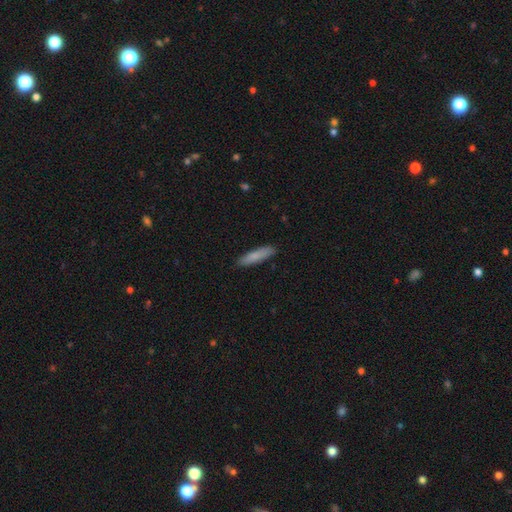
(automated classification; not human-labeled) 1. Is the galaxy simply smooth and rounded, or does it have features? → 81% smooth, 12% featured or disk, 6% star or artifact.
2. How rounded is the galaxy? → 80% cigar-shaped, 18% in between, 1% round.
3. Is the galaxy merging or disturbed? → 88% none, 9% minor disturbance, 2% major disturbance, 1% merger.